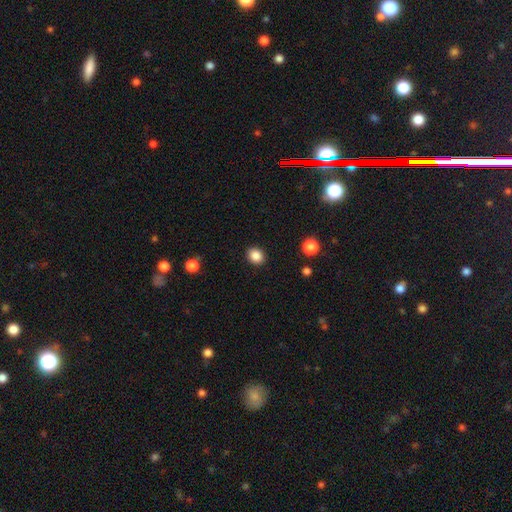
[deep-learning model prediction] smooth-or-featured: smooth: 87% | star or artifact: 10% | featured or disk: 4%
  how-rounded: round: 63% | in between: 37% | cigar-shaped: 1%
  merging: none: 90% | minor disturbance: 6% | major disturbance: 2% | merger: 1%